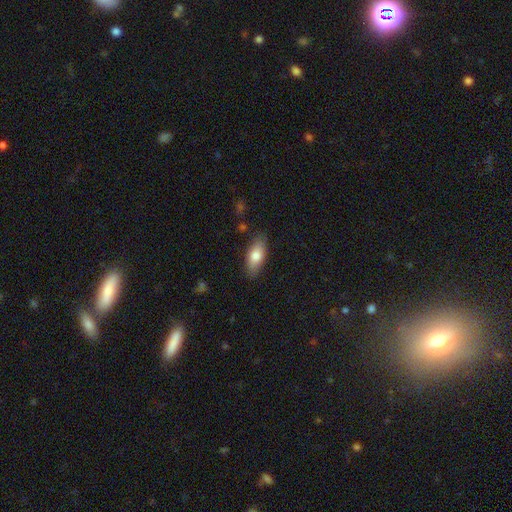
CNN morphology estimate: Q: Smooth or featured?
A: smooth (77%); runner-up: featured or disk (17%)
Q: How rounded?
A: in between (82%); runner-up: cigar-shaped (15%)
Q: Merging?
A: none (84%); runner-up: minor disturbance (12%)